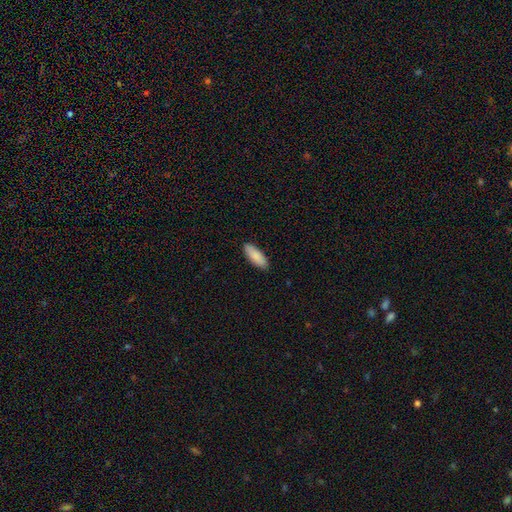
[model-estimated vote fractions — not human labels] Overall: smooth (89%). How rounded: in between (69%). Merging: none (89%).